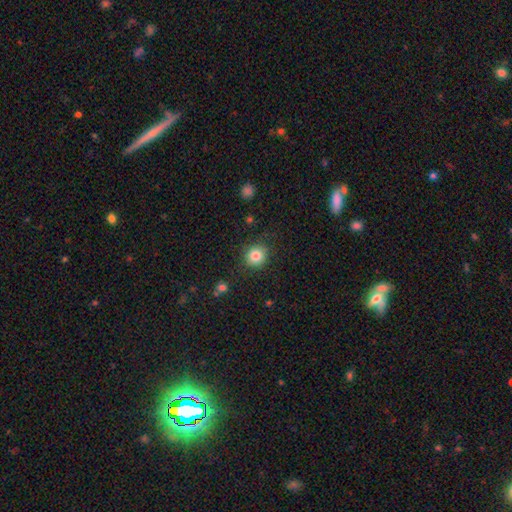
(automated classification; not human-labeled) Smooth or featured?
  - smooth: 84% *
  - star or artifact: 10%
  - featured or disk: 6%
How rounded?
  - round: 85% *
  - in between: 14%
  - cigar-shaped: 1%
Merging?
  - none: 86% *
  - minor disturbance: 10%
  - major disturbance: 3%
  - merger: 2%